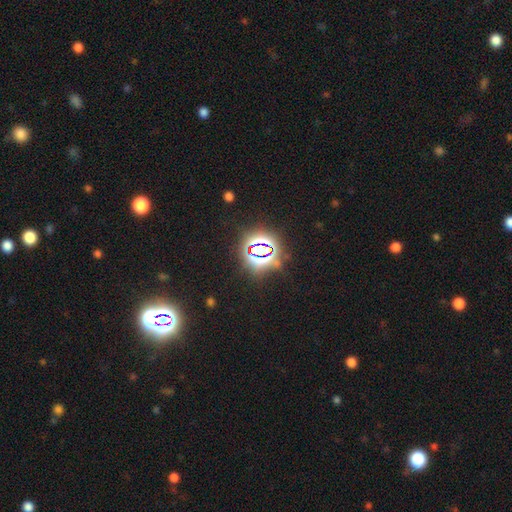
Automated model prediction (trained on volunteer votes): Smooth or featured?
  - star or artifact: 79% *
  - smooth: 12%
  - featured or disk: 8%